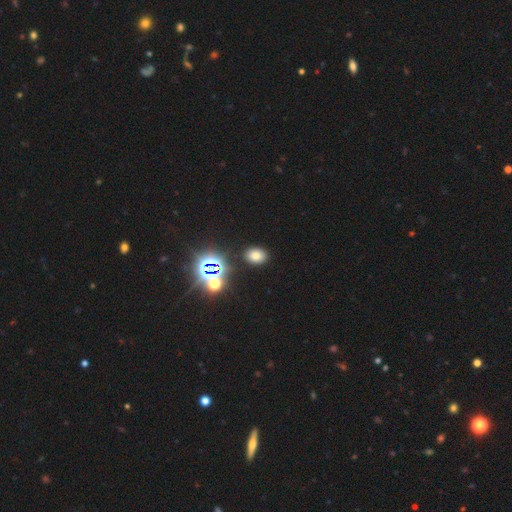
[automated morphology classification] The model was most divided on "how rounded": in between: 72%, round: 27%, cigar-shaped: 1%. More confident: merging — none (87%); smooth or featured — smooth (70%).